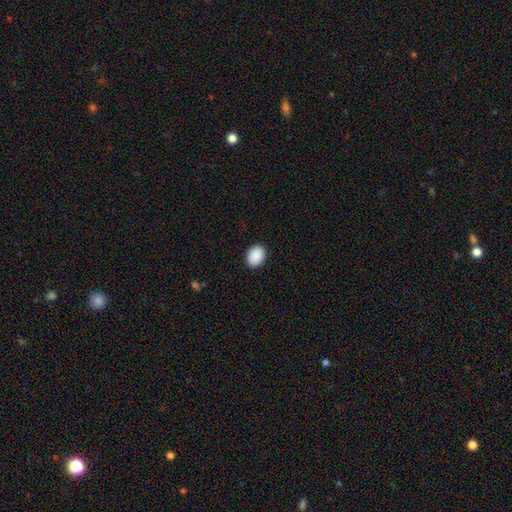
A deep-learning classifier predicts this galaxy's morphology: Overall: smooth (91%). How rounded: in between (67%; round 32%). Merging: none (90%).